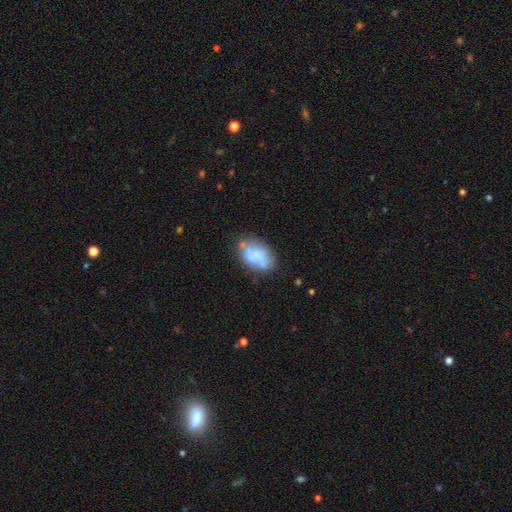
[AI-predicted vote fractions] Smooth or featured? Predicted: smooth (p=0.48). Merging? Predicted: none (p=0.50).